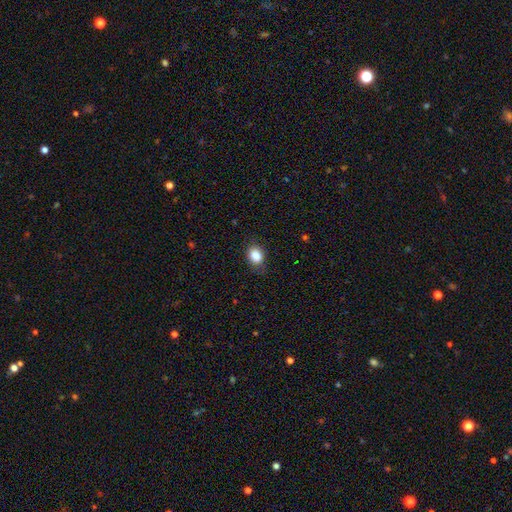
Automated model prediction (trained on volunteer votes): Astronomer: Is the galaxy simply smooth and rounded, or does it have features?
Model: smooth — 87%.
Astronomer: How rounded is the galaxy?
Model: in between — 65%.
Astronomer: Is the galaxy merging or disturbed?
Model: none — 77%.